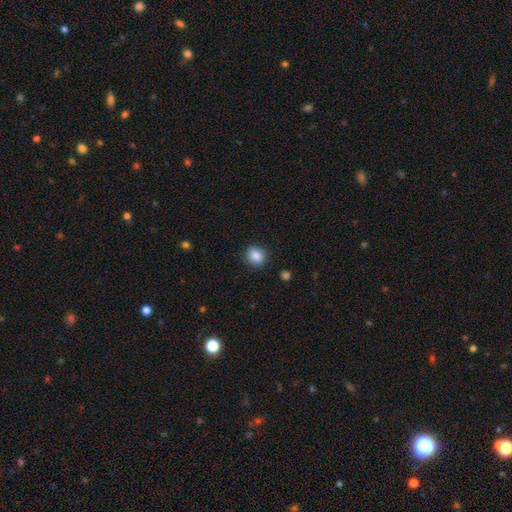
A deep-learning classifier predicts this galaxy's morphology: Overall: smooth (87%). How rounded: round (61%; in between 38%). Merging: none (86%).